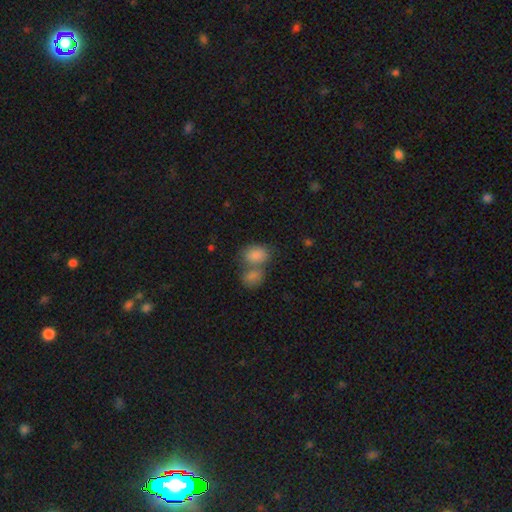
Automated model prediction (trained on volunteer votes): A smooth galaxy with no disk features (84%) that is in between round and cigar-shaped (77%).

Vote fractions:
- Smooth or featured? smooth: 84% / star or artifact: 8% / featured or disk: 8%
- How rounded? in between: 77% / round: 21% / cigar-shaped: 1%
- Merging? merger: 55% / none: 31% / minor disturbance: 10% / major disturbance: 4%